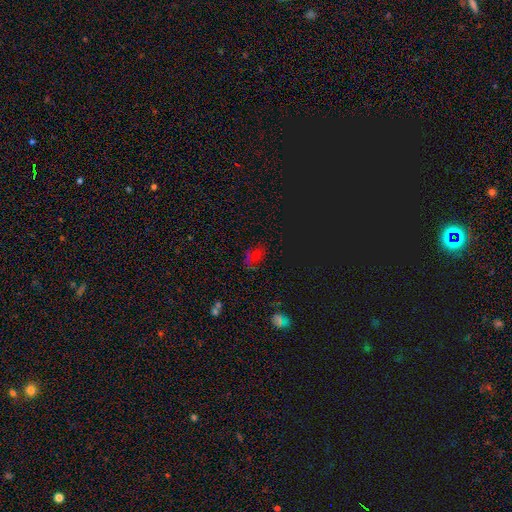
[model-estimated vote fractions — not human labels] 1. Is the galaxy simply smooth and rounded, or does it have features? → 50% star or artifact, 38% smooth, 12% featured or disk.